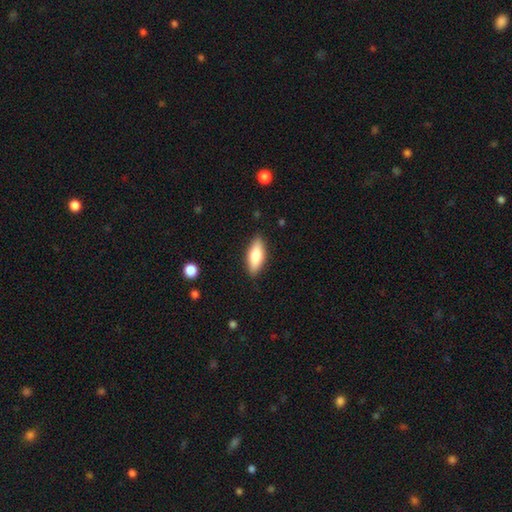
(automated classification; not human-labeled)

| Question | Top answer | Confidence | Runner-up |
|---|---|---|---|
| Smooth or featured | smooth | 77% | featured or disk (17%) |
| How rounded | in between | 73% | cigar-shaped (25%) |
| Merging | none | 86% | minor disturbance (10%) |